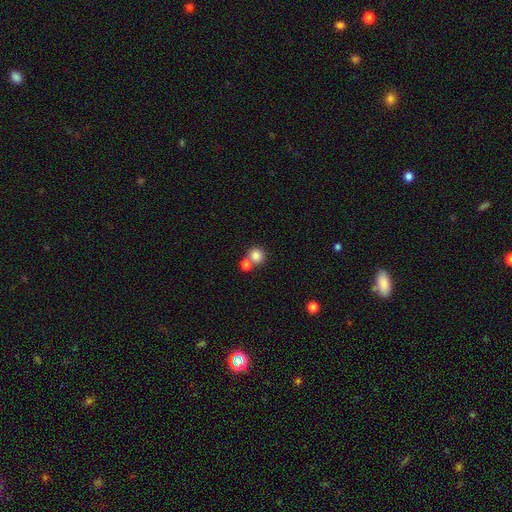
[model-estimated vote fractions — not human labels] Smooth or featured: smooth — 82% (star or artifact — 10%)
How rounded: round — 91% (in between — 8%)
Merging: none — 57% (merger — 34%)